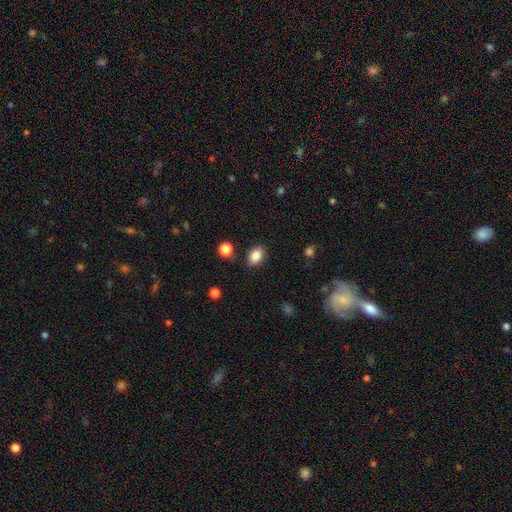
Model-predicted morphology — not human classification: smooth-or-featured: smooth: 86% | star or artifact: 9% | featured or disk: 5%
  how-rounded: in between: 79% | round: 20% | cigar-shaped: 1%
  merging: none: 82% | minor disturbance: 12% | major disturbance: 3% | merger: 3%